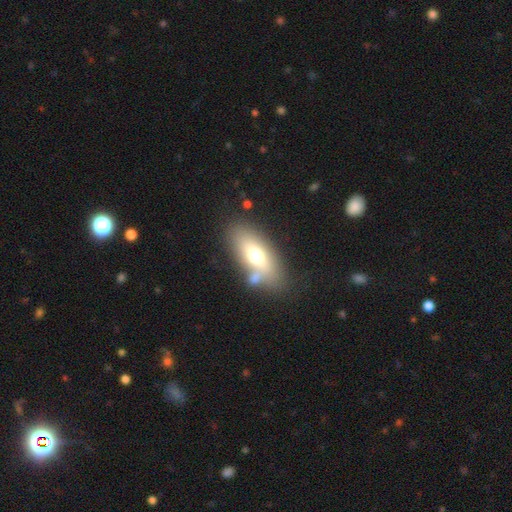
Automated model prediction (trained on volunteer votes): This is likely a smooth galaxy (64%). How rounded: clearly in between (81%). Merging: likely none (62%).